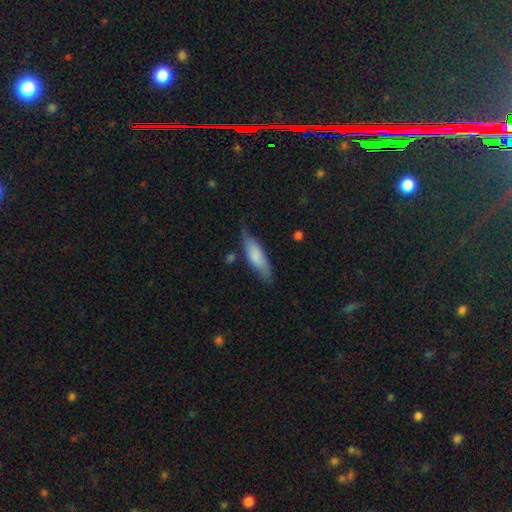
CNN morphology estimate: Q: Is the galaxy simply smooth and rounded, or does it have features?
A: smooth — 73%.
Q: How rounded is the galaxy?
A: cigar-shaped — 51%.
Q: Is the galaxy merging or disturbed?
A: none — 65%.